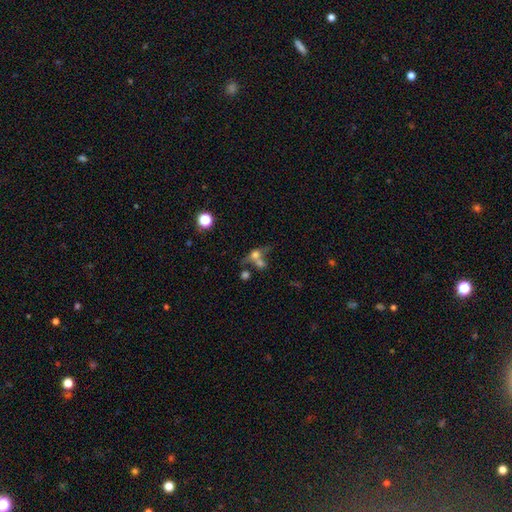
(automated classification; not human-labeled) The model was most divided on "how rounded": round: 51%, in between: 41%, cigar-shaped: 8%. More confident: merging — merger (51%); smooth or featured — smooth (50%).